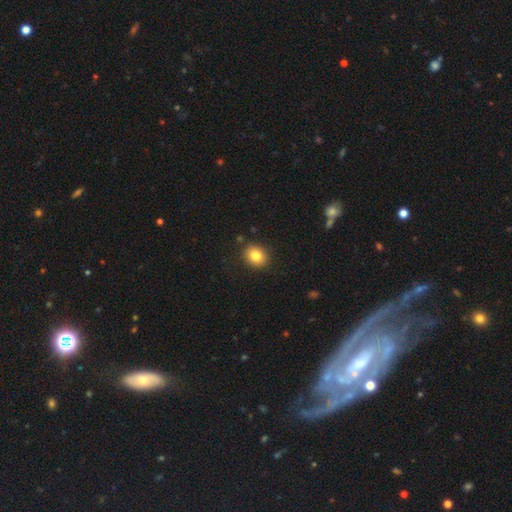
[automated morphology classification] Smooth or featured? smooth (83%)
How rounded? round (64%)
Merging? none (89%)